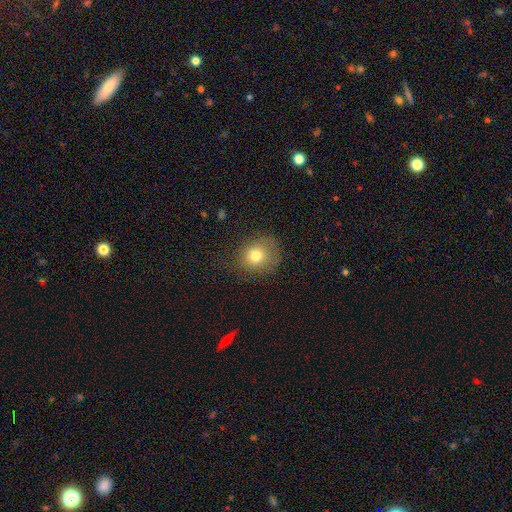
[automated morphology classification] Smooth or featured? smooth (78%)
How rounded? round (74%)
Merging? none (69%)